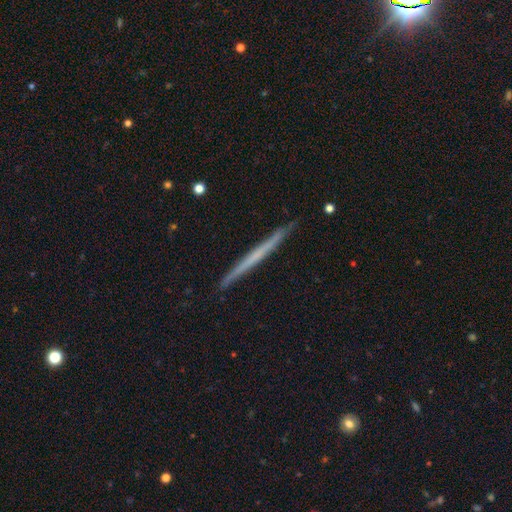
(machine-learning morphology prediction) smooth-or-featured: featured or disk: 53% | smooth: 41% | star or artifact: 6%
  disk-edge-on: yes: 98% | no: 2%
    edge-on-bulge: none: 91% | rounded: 6% | boxy: 3%
  merging: none: 92% | minor disturbance: 6% | major disturbance: 1% | merger: 1%